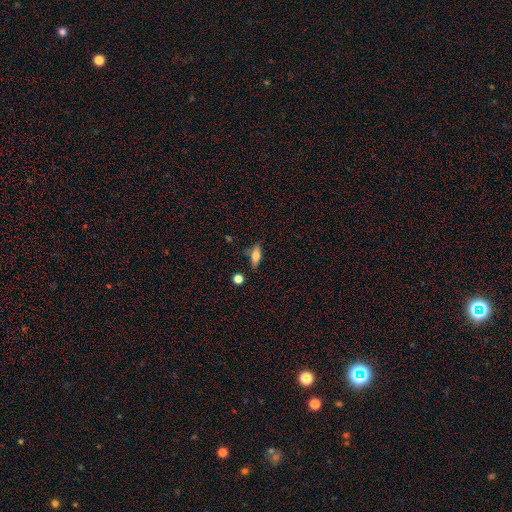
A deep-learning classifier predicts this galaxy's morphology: Smooth or featured: smooth — 66% (featured or disk — 25%)
How rounded: in between — 64% (cigar-shaped — 31%)
Merging: none — 73% (minor disturbance — 17%)